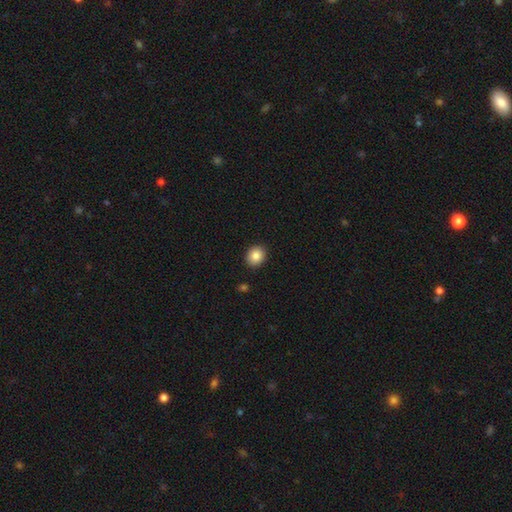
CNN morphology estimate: Smooth or featured?
  - smooth: 86% *
  - star or artifact: 9%
  - featured or disk: 5%
How rounded?
  - round: 63% *
  - in between: 36%
  - cigar-shaped: 1%
Merging?
  - none: 91% *
  - minor disturbance: 6%
  - major disturbance: 2%
  - merger: 1%